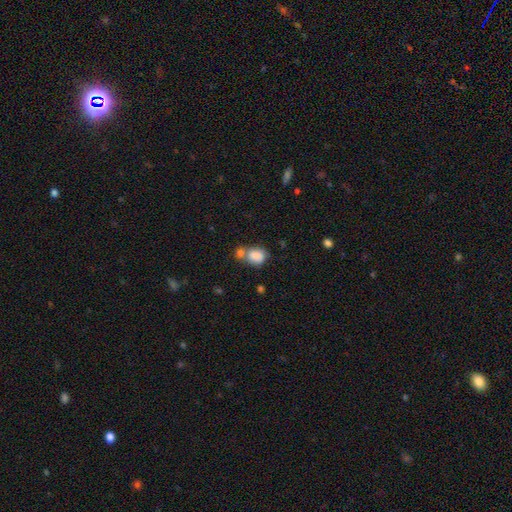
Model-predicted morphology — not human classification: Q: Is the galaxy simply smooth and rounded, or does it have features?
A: smooth — 81%.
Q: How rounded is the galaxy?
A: in between — 54%.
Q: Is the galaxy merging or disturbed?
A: merger — 49%.